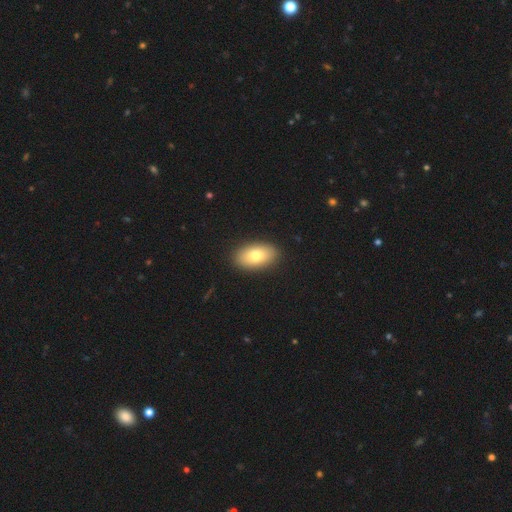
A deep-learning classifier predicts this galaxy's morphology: Smooth or featured? smooth (77%)
How rounded? in between (93%)
Merging? none (90%)